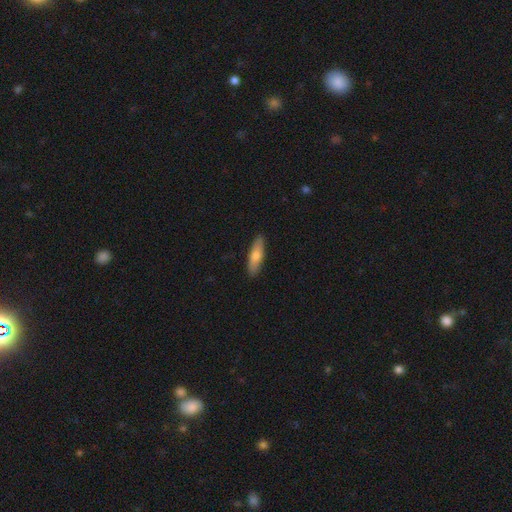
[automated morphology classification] Smooth or featured? Predicted: smooth (p=0.71). How rounded? Predicted: cigar-shaped (p=0.61). Merging? Predicted: none (p=0.90).